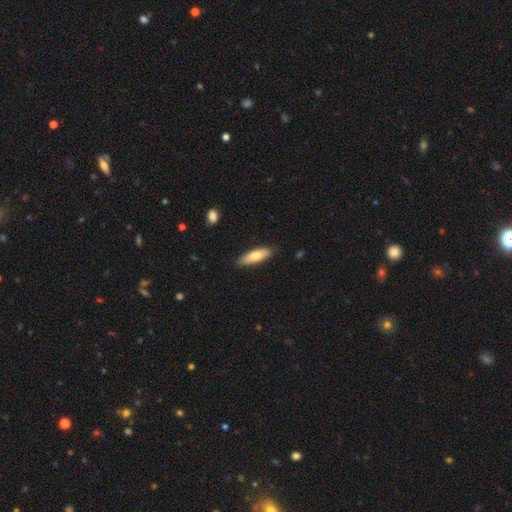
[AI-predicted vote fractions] This appears to be a smooth galaxy with no disk features (75%) that is cigar-shaped (56%). Merging: none (86%).